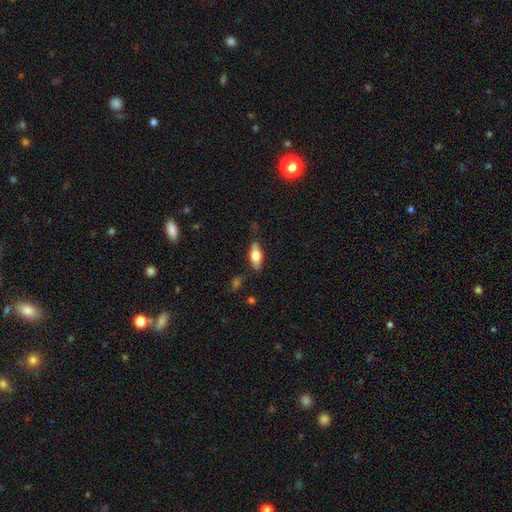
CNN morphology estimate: This is likely a smooth galaxy (60%). How rounded: likely in between (75%). Merging: clearly none (81%).